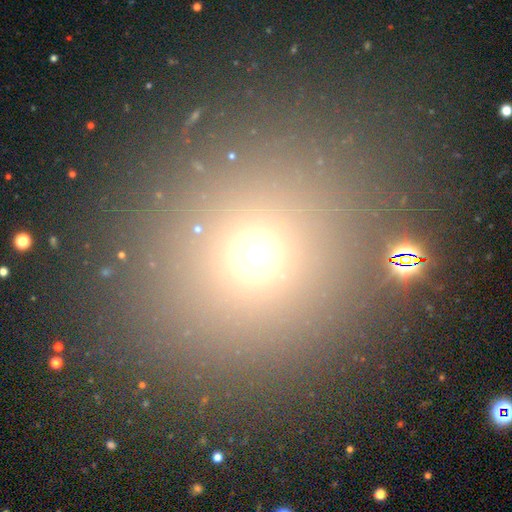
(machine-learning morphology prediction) This appears to be a smooth galaxy with no disk features (66%) that is round (88%). Merging: none (84%).